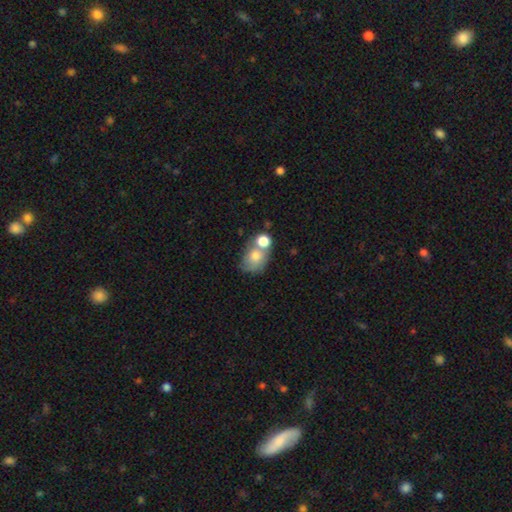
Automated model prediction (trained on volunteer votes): Q: Smooth or featured?
A: smooth (67%); runner-up: featured or disk (23%)
Q: How rounded?
A: round (50%); runner-up: in between (49%)
Q: Merging?
A: merger (47%); runner-up: none (28%)